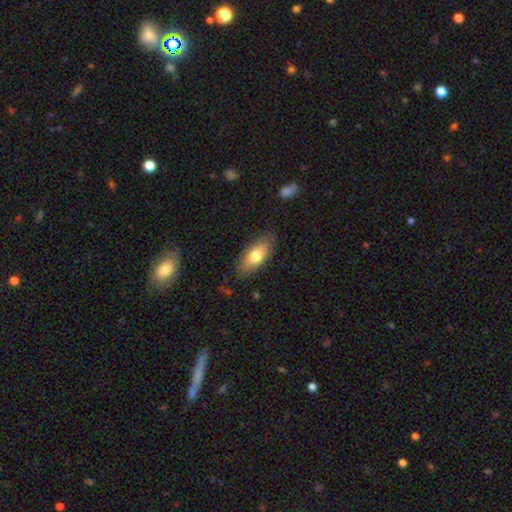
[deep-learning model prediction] Overall: smooth (74%). How rounded: in between (82%). Merging: none (81%).